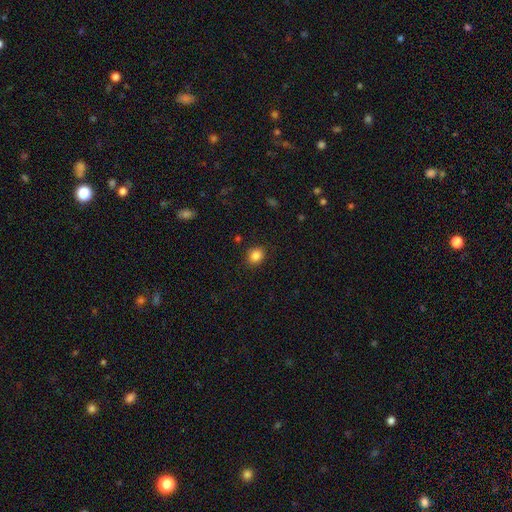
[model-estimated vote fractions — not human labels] Overall: smooth (85%). How rounded: round (66%; in between 33%). Merging: none (88%).